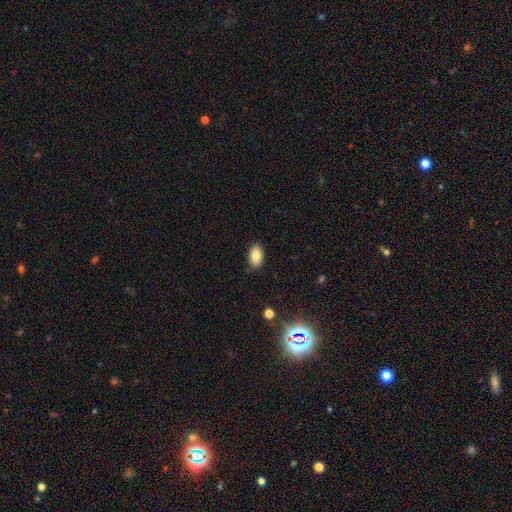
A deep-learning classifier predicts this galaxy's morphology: Overall: smooth (85%). How rounded: in between (93%). Merging: none (85%).